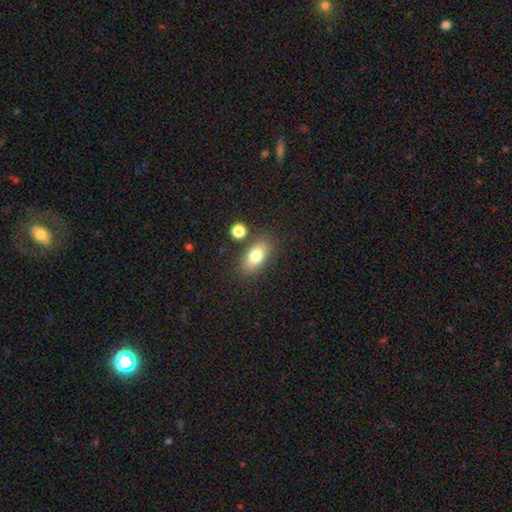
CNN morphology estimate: A smooth galaxy with no disk features (77%) that is in between round and cigar-shaped (86%). Merging: none (78%).